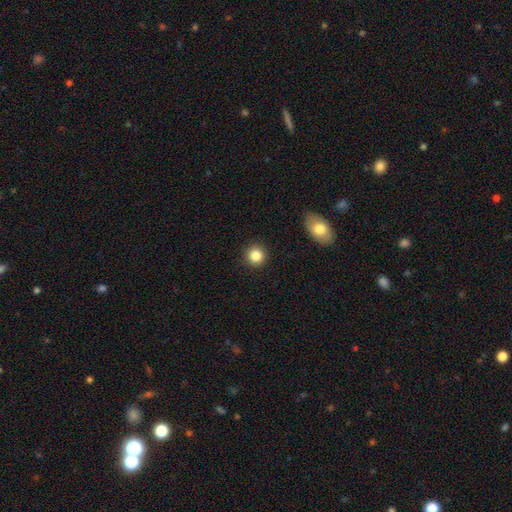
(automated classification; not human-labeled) Smooth or featured? Predicted: smooth (p=0.85). How rounded? Predicted: round (p=0.92). Merging? Predicted: none (p=0.92).